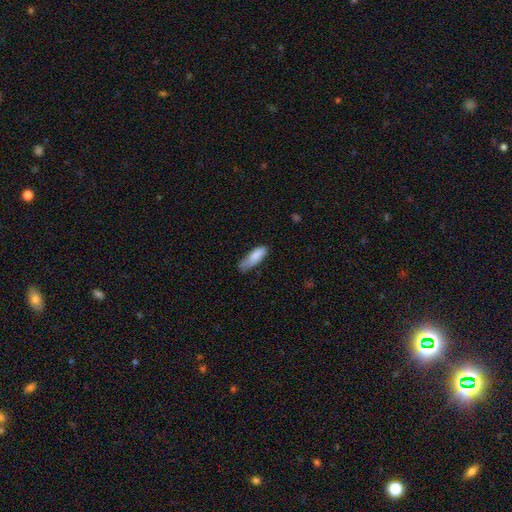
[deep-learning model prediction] Q: Smooth or featured?
A: smooth (84%); runner-up: featured or disk (10%)
Q: How rounded?
A: in between (56%); runner-up: cigar-shaped (43%)
Q: Merging?
A: none (54%); runner-up: minor disturbance (36%)